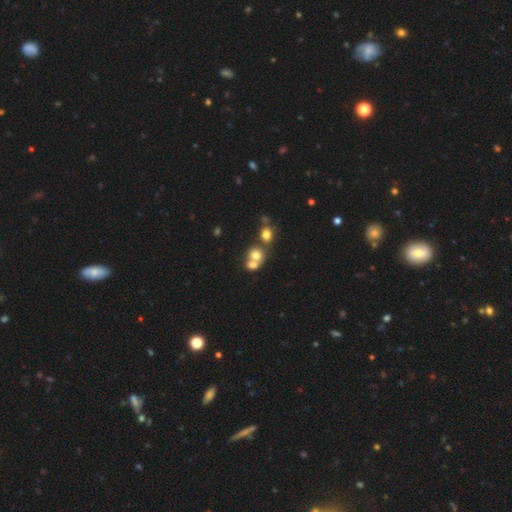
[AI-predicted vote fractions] This is likely a smooth galaxy (71%). How rounded: likely round (70%). Merging: possibly merger (58%).